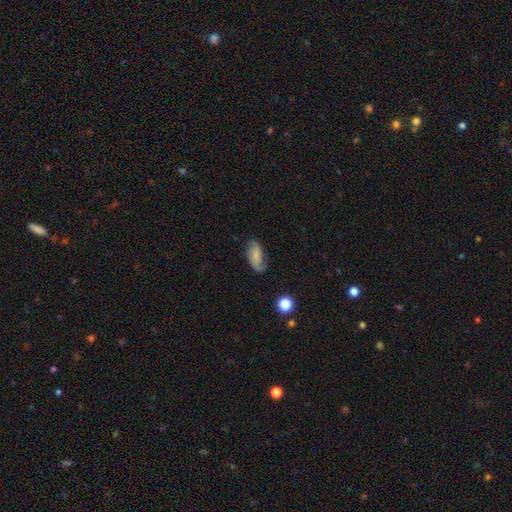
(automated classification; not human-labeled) The model was most divided on "smooth or featured": smooth: 51%, featured or disk: 40%, star or artifact: 9%. More confident: how rounded — in between (90%); merging — none (65%).